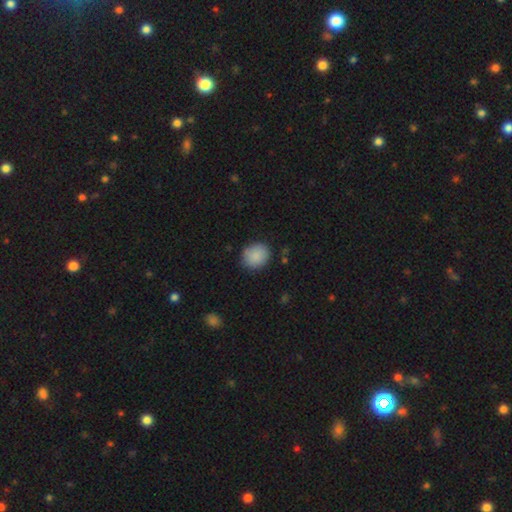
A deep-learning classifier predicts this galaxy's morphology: This is clearly a smooth galaxy (88%). How rounded: likely round (75%). Merging: clearly none (83%).